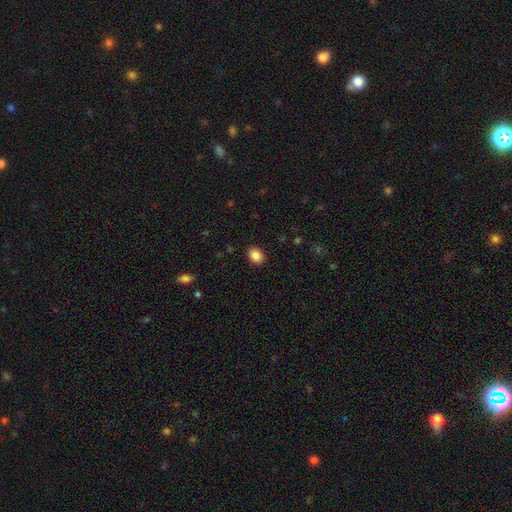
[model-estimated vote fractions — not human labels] A smooth galaxy with no disk features (86%) that is in between round and cigar-shaped (63%). Merging: none (89%).